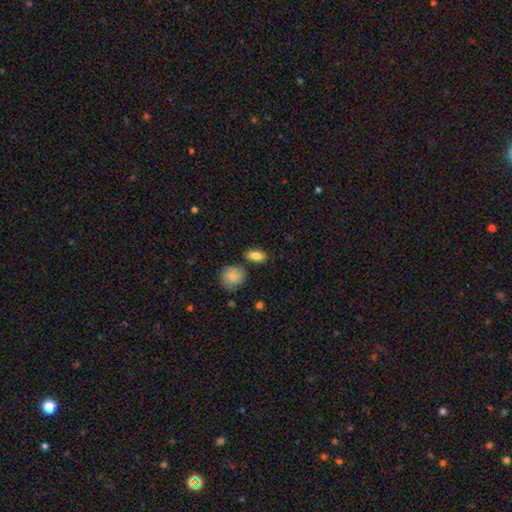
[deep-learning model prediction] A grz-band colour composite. It shows a smooth galaxy with no disk features (83%) that is in between round and cigar-shaped (83%). Merging: none (79%).